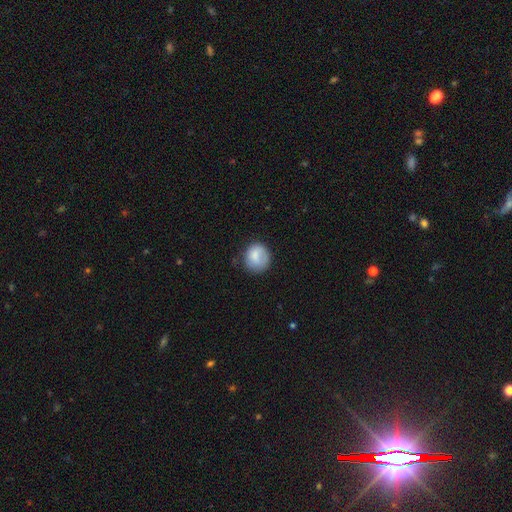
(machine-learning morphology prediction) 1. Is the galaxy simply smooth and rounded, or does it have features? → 80% smooth, 13% featured or disk, 8% star or artifact.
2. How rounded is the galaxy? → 82% round, 17% in between, 1% cigar-shaped.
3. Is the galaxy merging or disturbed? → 69% none, 21% minor disturbance, 8% major disturbance, 2% merger.